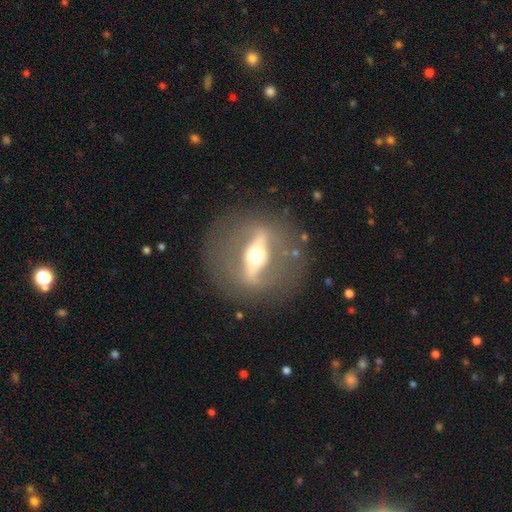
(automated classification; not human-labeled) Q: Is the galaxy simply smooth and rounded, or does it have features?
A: featured or disk — 82%.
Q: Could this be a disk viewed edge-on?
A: no — 51%.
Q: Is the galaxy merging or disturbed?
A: none — 80%.